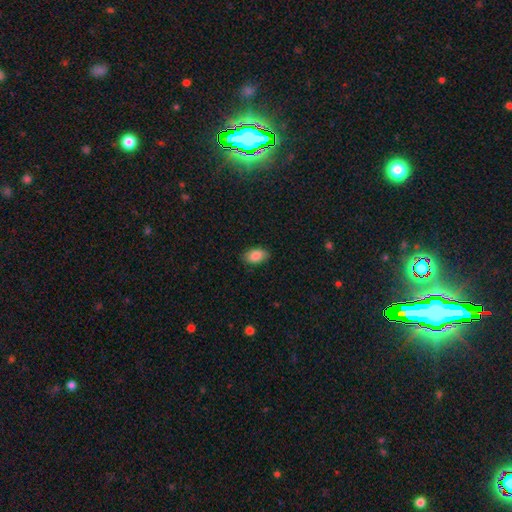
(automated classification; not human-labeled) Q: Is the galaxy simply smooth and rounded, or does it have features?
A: smooth — 87%.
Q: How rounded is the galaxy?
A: in between — 90%.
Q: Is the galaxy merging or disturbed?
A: none — 86%.